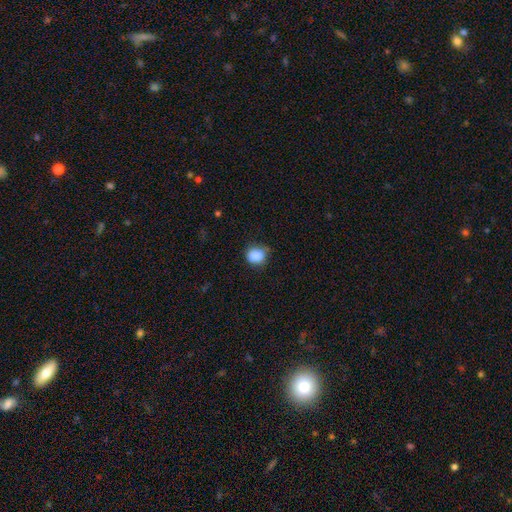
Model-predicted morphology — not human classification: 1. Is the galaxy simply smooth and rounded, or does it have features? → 87% smooth, 9% star or artifact, 4% featured or disk.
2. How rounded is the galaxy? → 76% round, 23% in between, 1% cigar-shaped.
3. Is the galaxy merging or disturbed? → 59% none, 32% minor disturbance, 6% major disturbance, 2% merger.